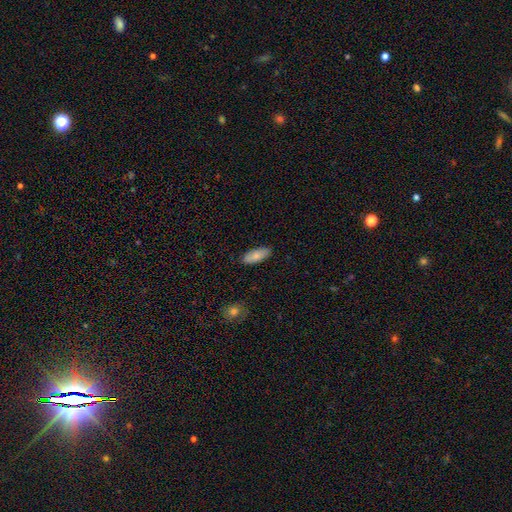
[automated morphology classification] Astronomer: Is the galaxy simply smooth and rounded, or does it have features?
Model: smooth — 81%.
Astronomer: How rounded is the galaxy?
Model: in between — 80%.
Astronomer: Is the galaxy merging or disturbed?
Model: none — 87%.